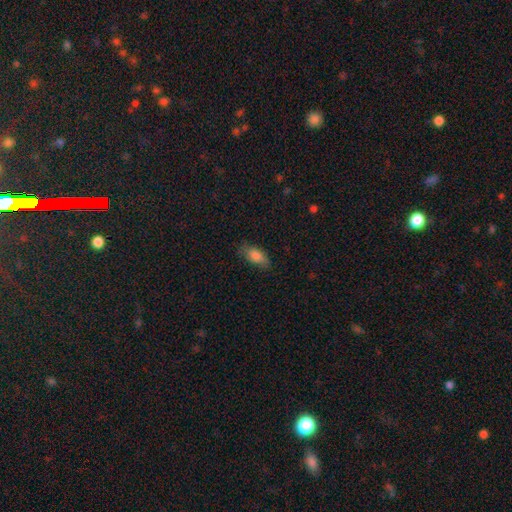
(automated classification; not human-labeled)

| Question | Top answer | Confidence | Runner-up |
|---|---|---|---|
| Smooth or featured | smooth | 81% | featured or disk (11%) |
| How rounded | in between | 86% | cigar-shaped (11%) |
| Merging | none | 74% | minor disturbance (20%) |